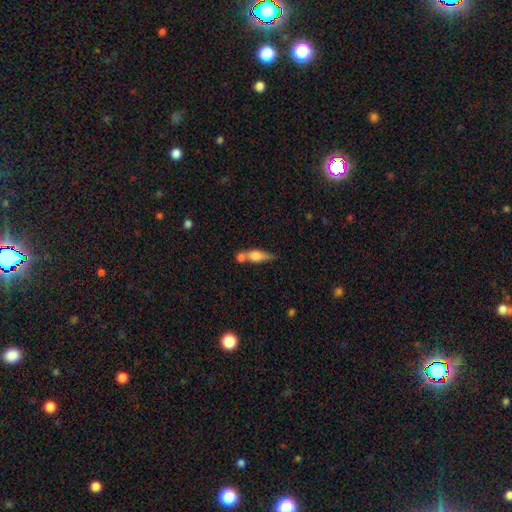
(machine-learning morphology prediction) type=smooth (61%); roundness=in between (49%); merging=merger (45%).